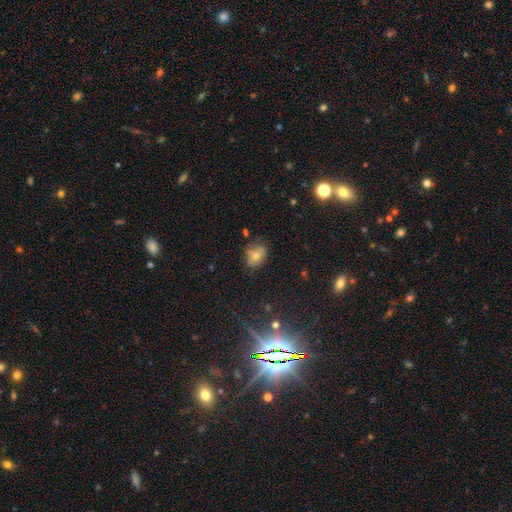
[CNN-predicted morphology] Smooth or featured? smooth (66%)
How rounded? in between (64%)
Merging? none (68%)